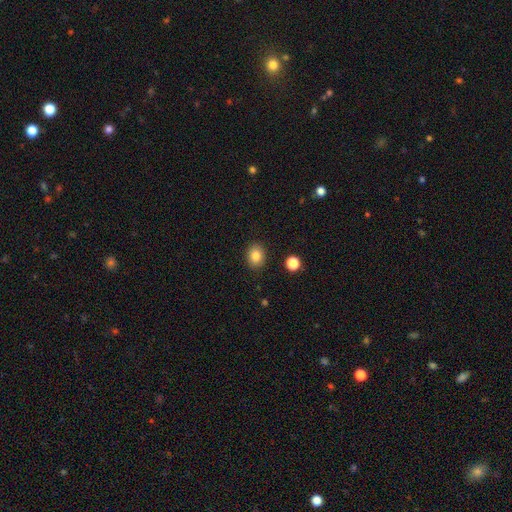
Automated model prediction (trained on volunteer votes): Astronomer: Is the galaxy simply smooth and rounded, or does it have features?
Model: smooth — 84%.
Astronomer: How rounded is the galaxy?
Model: in between — 51% (runner-up: round, 48%).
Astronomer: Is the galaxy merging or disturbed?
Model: none — 89%.